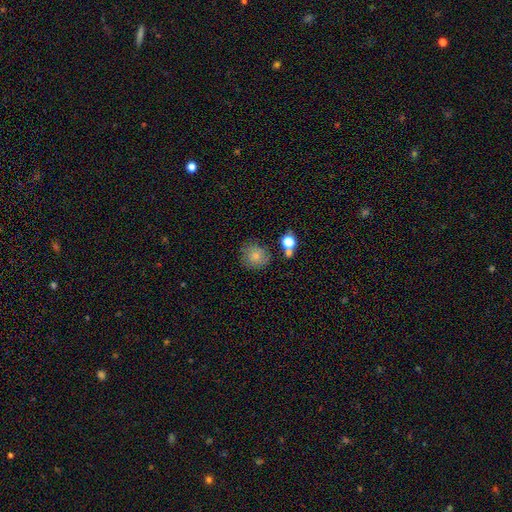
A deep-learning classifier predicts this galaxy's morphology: This is likely a smooth galaxy (75%). How rounded: clearly round (85%). Merging: likely none (69%).